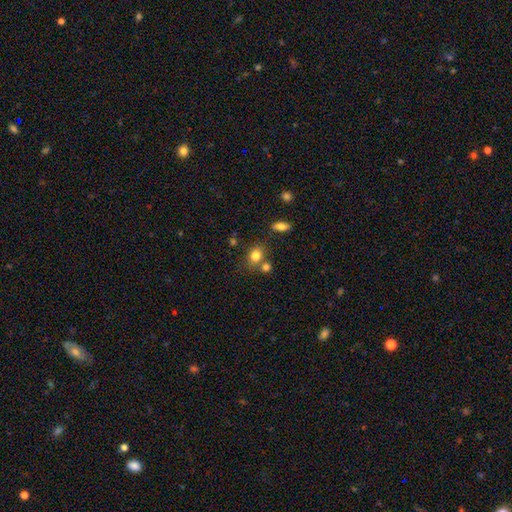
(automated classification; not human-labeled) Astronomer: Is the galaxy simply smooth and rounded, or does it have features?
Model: smooth — 81%.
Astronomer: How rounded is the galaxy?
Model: round — 53% (runner-up: in between, 46%).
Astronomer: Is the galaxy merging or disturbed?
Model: none — 63%.